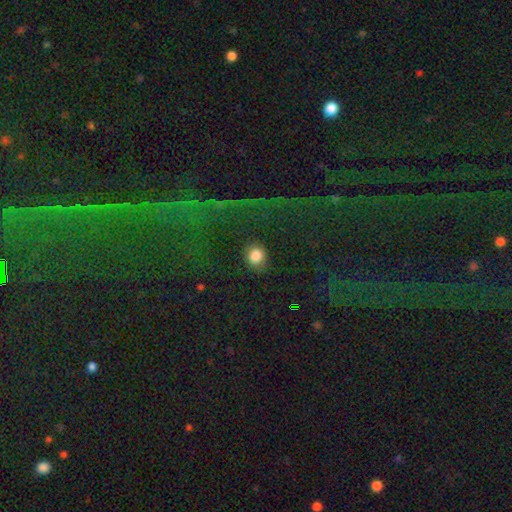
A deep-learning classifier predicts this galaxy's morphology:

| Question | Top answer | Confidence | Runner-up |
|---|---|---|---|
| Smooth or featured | smooth | 82% | star or artifact (12%) |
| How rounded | round | 76% | in between (23%) |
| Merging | none | 85% | minor disturbance (9%) |